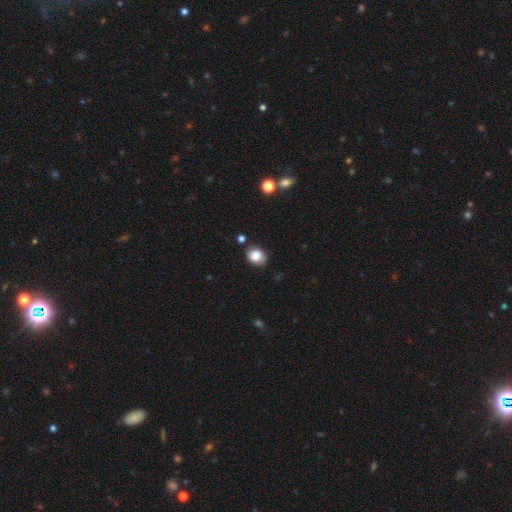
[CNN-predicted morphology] Overall: smooth (84%). How rounded: round (54%; in between 45%). Merging: none (77%).